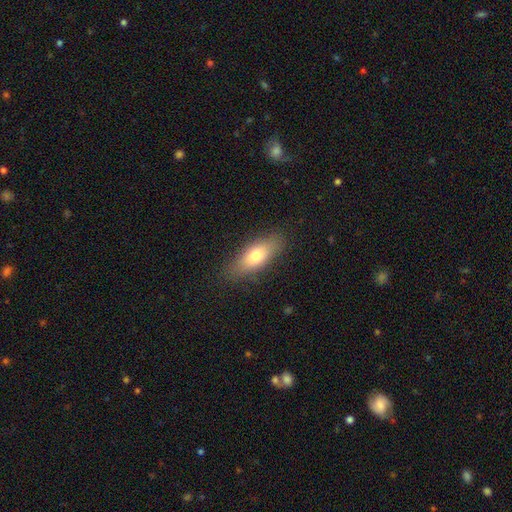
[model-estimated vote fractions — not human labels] This is likely a smooth galaxy (73%). How rounded: likely in between (69%). Merging: clearly none (83%).